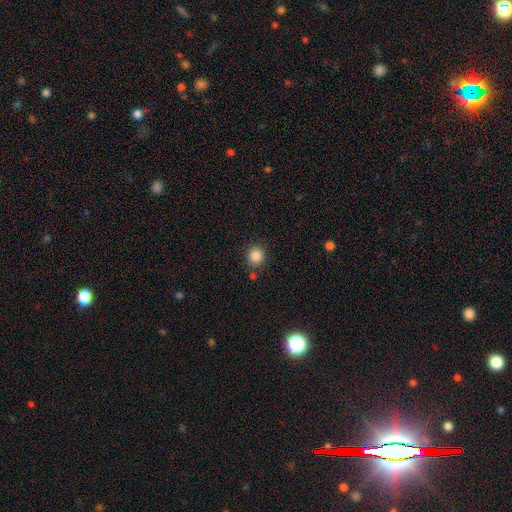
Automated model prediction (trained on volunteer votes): Smooth or featured: smooth — 86% (star or artifact — 10%)
How rounded: round — 87% (in between — 12%)
Merging: none — 84% (minor disturbance — 9%)